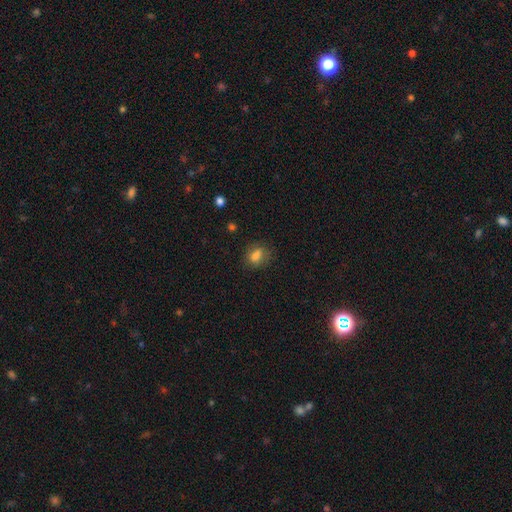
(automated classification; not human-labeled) This is likely a smooth galaxy (78%). How rounded: possibly in between (56%). Merging: likely none (68%).